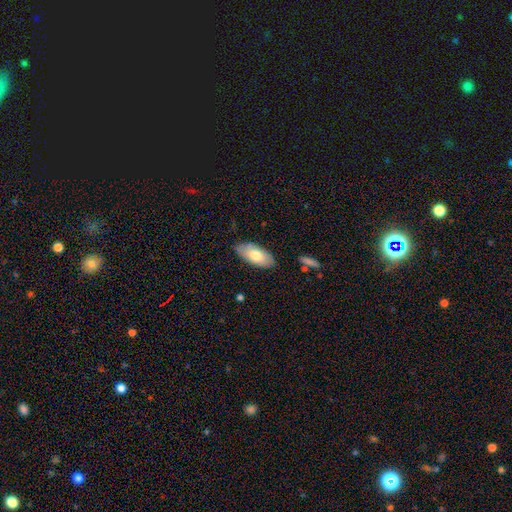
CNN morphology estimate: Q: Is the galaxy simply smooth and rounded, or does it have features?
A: smooth — 72%.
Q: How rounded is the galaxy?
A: in between — 92%.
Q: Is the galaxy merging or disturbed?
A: none — 84%.